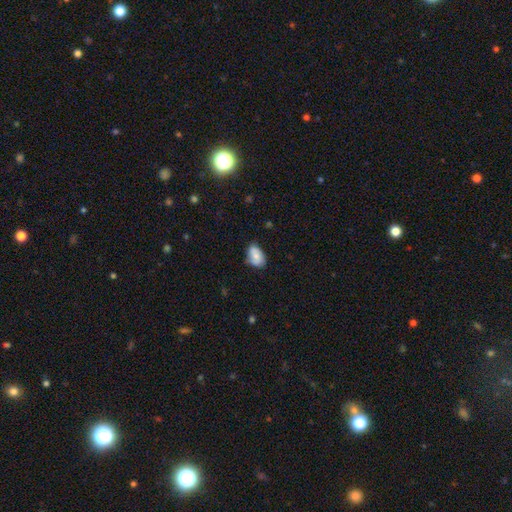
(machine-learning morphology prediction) Overall: smooth (76%). How rounded: in between (87%). Merging: none (60%; minor disturbance 32%).